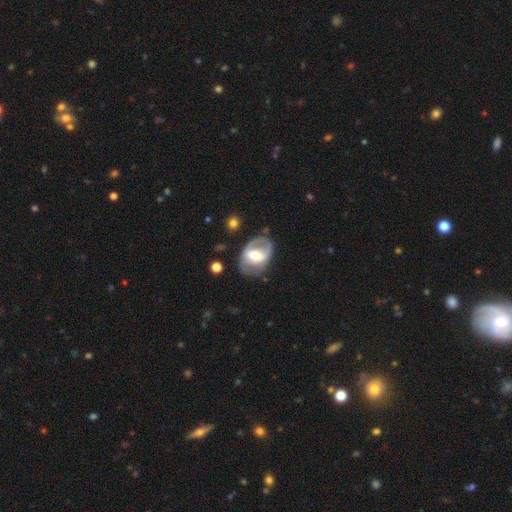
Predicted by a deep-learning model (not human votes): This is likely a featured or disk galaxy (62%). It is clearly not viewed edge-on (95%). Bar: marginally weak (39%). Spiral arm pattern: possibly yes (57%). Central bulge: possibly moderate (51%). Merging: possibly none (55%).